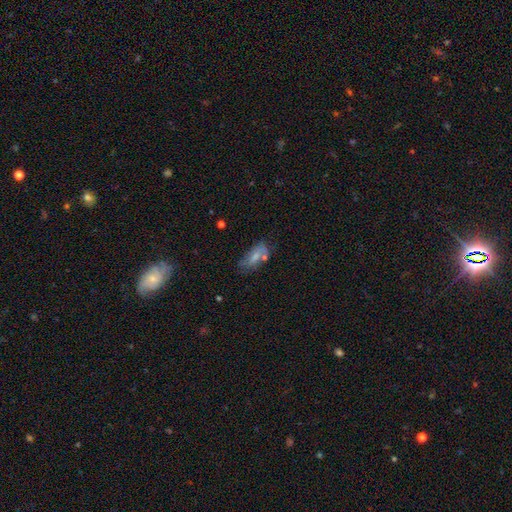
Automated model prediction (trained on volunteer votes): This is possibly a smooth galaxy (57%). How rounded: clearly in between (81%). Merging: marginally none (45%).